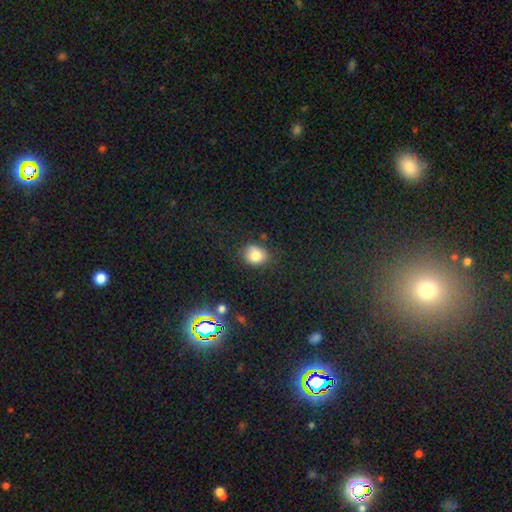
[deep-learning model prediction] smooth-or-featured: smooth: 80% | star or artifact: 12% | featured or disk: 8%
  how-rounded: round: 60% | in between: 39% | cigar-shaped: 1%
  merging: none: 71% | minor disturbance: 21% | major disturbance: 5% | merger: 3%